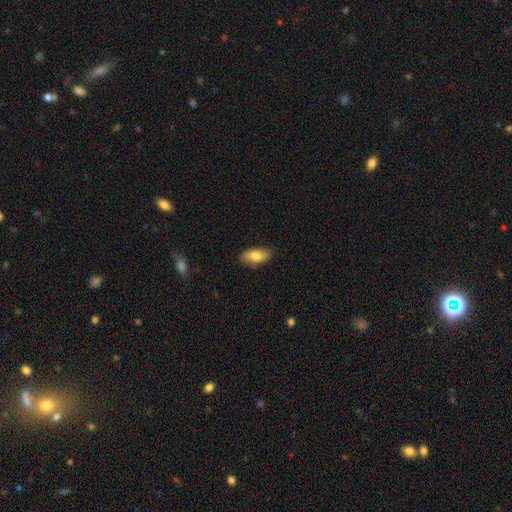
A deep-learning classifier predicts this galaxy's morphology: The model was most divided on "smooth or featured": smooth: 78%, featured or disk: 16%, star or artifact: 6%. More confident: how rounded — in between (90%); merging — none (82%).